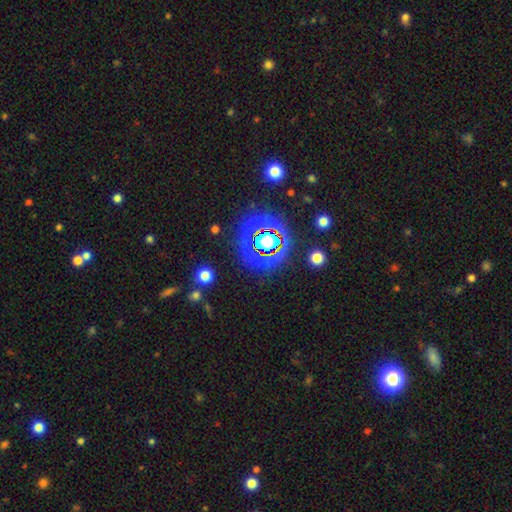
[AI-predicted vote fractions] Morphology: type=star or artifact (81%).